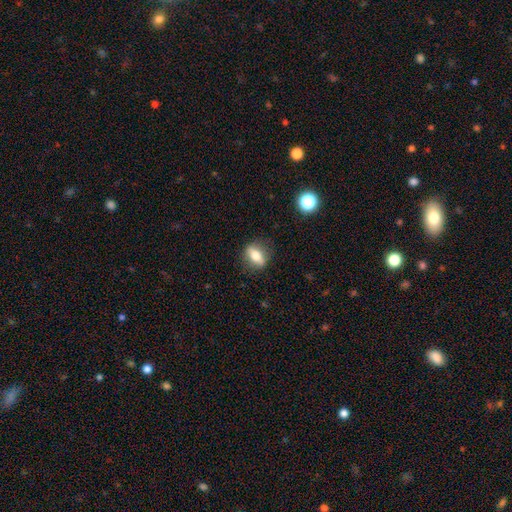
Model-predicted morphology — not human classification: type=smooth (59%); roundness=in between (60%); merging=none (84%).